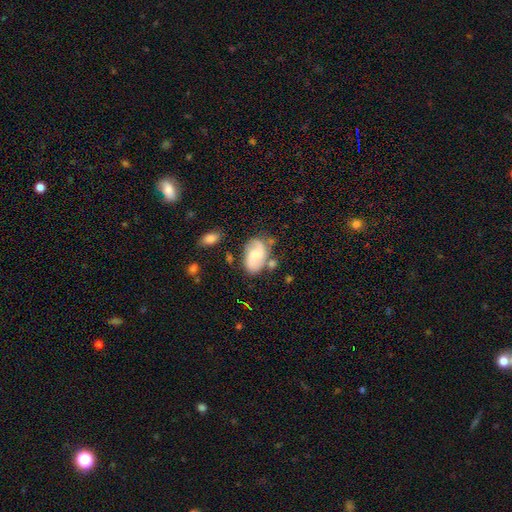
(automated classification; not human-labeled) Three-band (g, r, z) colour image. It shows a featured or disk galaxy (68%) with no bar (46%), 2 (87%) medium (43%) spiral arms (92%) and a moderate central bulge (50%). Merging: none (64%).